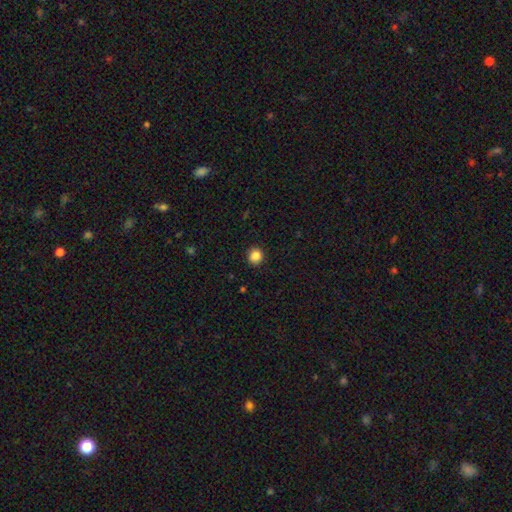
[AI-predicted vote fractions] smooth 86%, star or artifact 10%, featured or disk 3%. Down the decision tree: how rounded — round (90%); merging — none (92%).